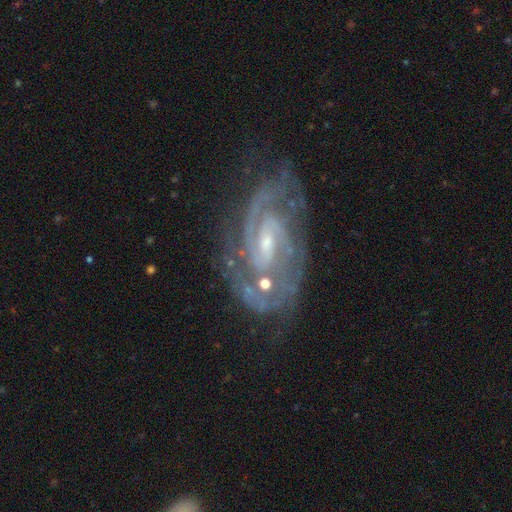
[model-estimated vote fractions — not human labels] Morphology: type=featured or disk (90%); edge-on=no (96%); bar=weak (52%); spiral arms=yes (98%); winding=tight (56%); arm count=2 (64%); bulge=small (65%); merging=none (64%).